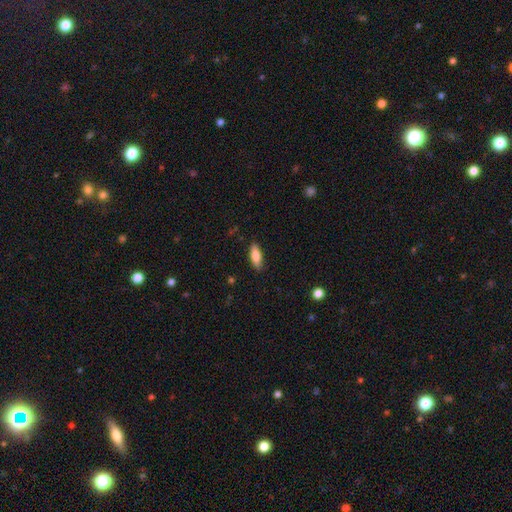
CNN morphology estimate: This is clearly a smooth galaxy (82%). How rounded: likely in between (65%). Merging: clearly none (86%).